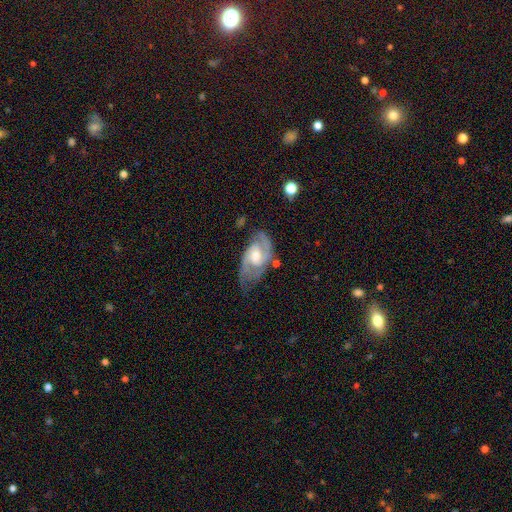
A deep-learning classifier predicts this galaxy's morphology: A featured or disk galaxy (86%) with a weak bar (47%), 2 (81%) medium (49%) spiral arms (96%) and a moderate central bulge (62%). Merging: none (59%).